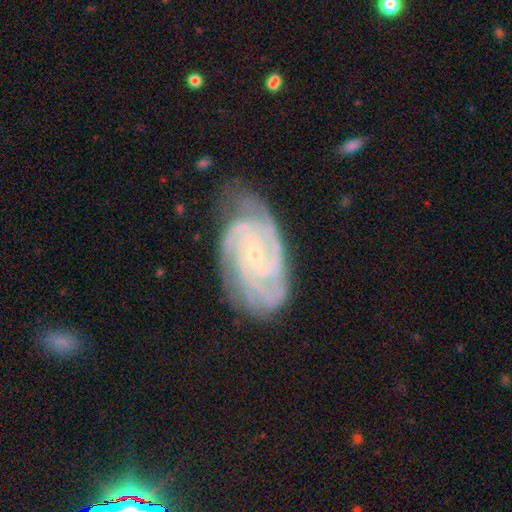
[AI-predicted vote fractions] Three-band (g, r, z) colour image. It shows a featured or disk galaxy (91%) with no bar (67%), 3 (32%) tight (75%) spiral arms (99%) and a small central bulge (83%). Merging: none (71%).